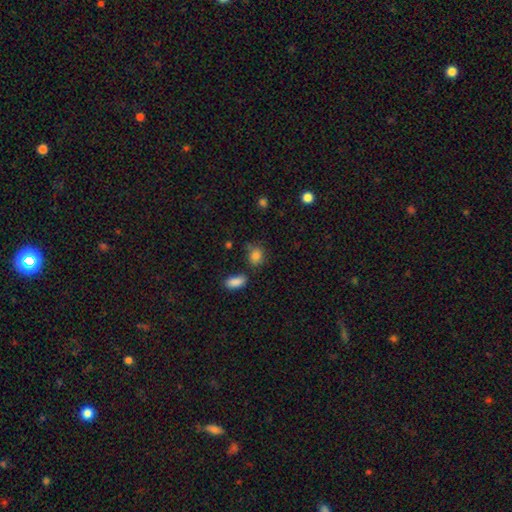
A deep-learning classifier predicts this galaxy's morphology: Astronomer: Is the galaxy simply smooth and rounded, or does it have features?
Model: smooth — 83%.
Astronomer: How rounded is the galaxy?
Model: in between — 60% (runner-up: round, 38%).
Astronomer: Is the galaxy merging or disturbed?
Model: none — 56%.